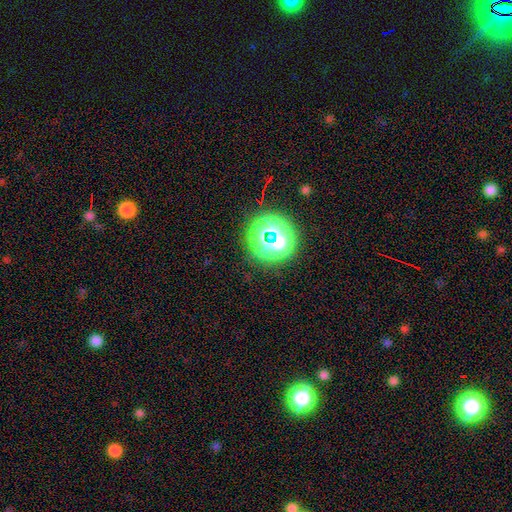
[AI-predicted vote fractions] Overall: star or artifact (80%).